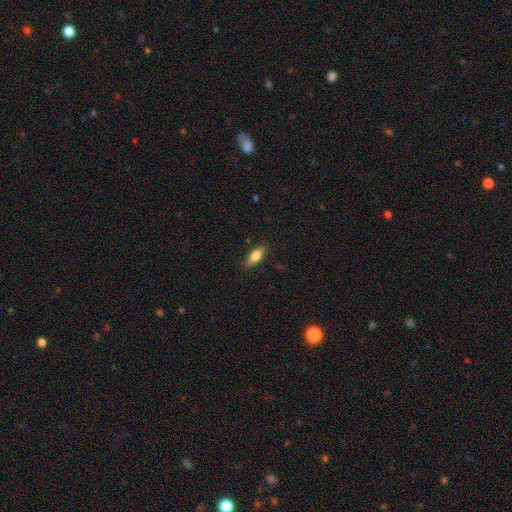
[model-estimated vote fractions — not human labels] smooth_or_featured: smooth (p=0.77) [alt: featured or disk p=0.16]
how_rounded: in between (p=0.76) [alt: cigar-shaped p=0.21]
merging: none (p=0.84) [alt: minor disturbance p=0.13]